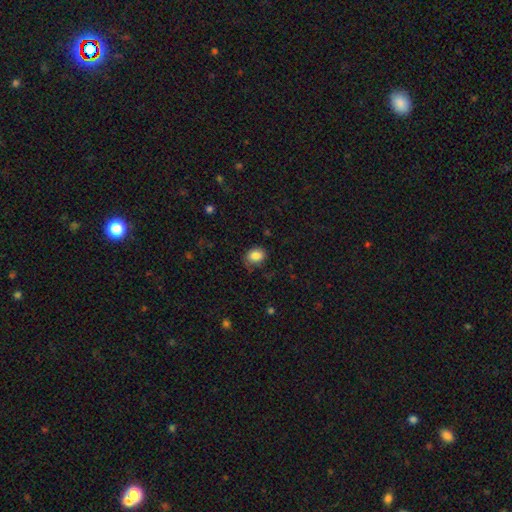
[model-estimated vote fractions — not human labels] Morphology: type=smooth (85%); roundness=in between (55%); merging=none (76%).